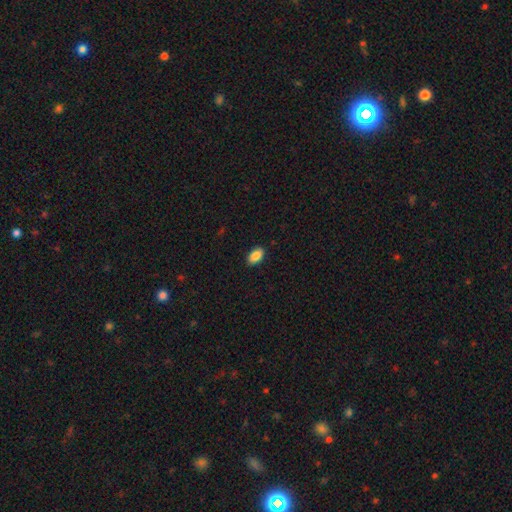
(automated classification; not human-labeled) smooth 88%, star or artifact 7%, featured or disk 5%. Down the decision tree: how rounded — in between (93%); merging — none (89%).